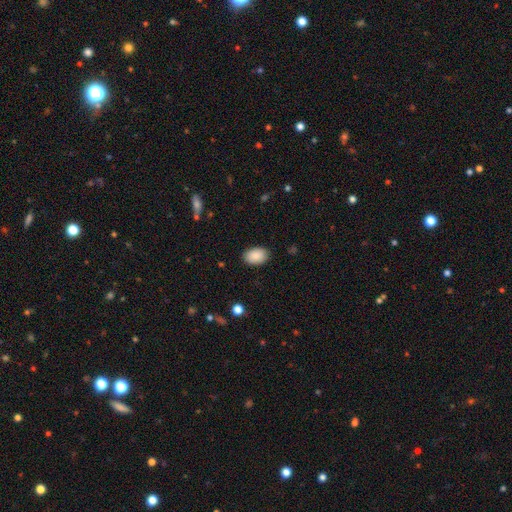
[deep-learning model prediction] Morphology: type=smooth (89%); roundness=in between (89%); merging=none (86%).